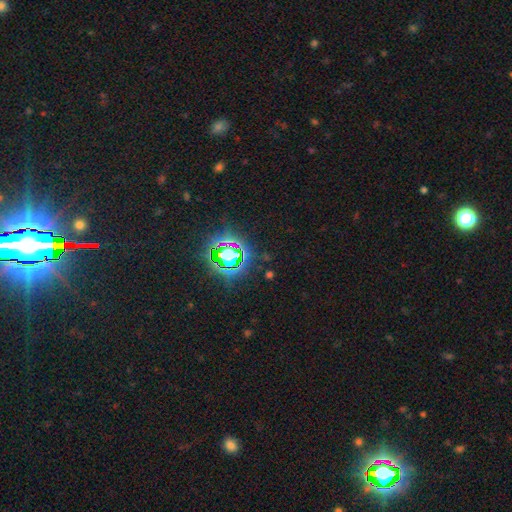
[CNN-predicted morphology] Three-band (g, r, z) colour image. It shows a star or artifact, not a galaxy (83%).